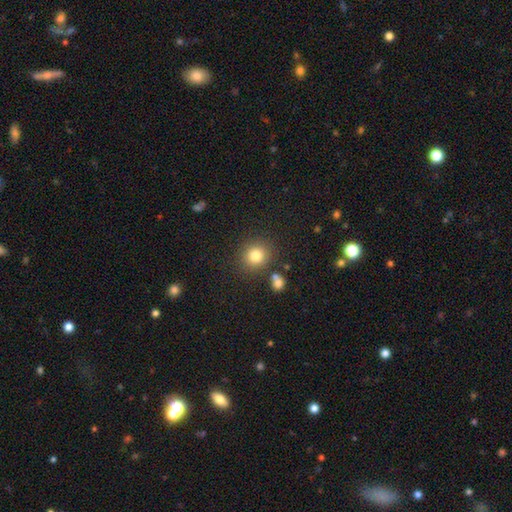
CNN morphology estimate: Smooth or featured?
  - smooth: 81% *
  - star or artifact: 12%
  - featured or disk: 7%
How rounded?
  - round: 84% *
  - in between: 15%
  - cigar-shaped: 1%
Merging?
  - none: 82% *
  - minor disturbance: 9%
  - merger: 6%
  - major disturbance: 3%